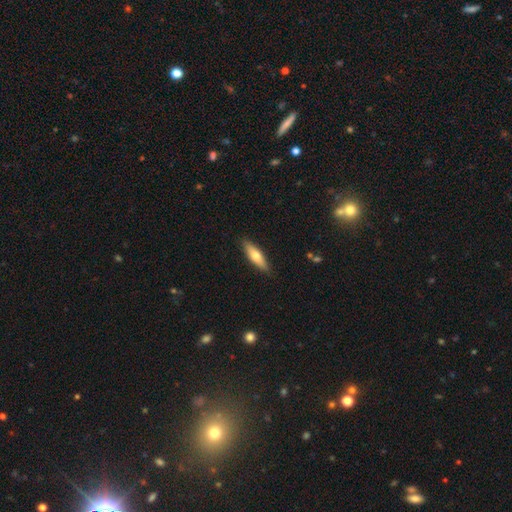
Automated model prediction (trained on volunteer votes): The model was most divided on "how rounded": cigar-shaped: 55%, in between: 43%, round: 2%. More confident: merging — none (88%); smooth or featured — smooth (64%).